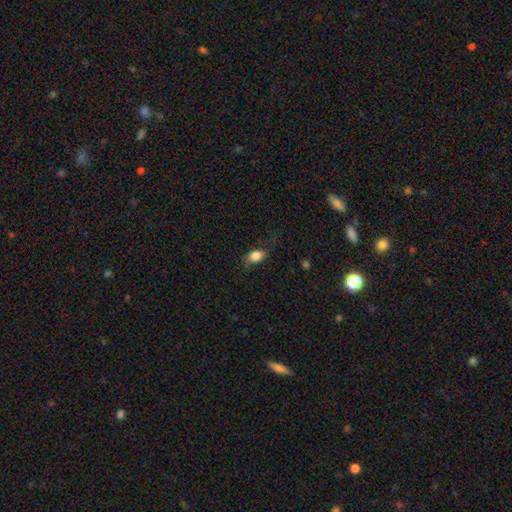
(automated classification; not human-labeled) Smooth or featured? Predicted: smooth (p=0.83). How rounded? Predicted: in between (p=0.82). Merging? Predicted: none (p=0.66).